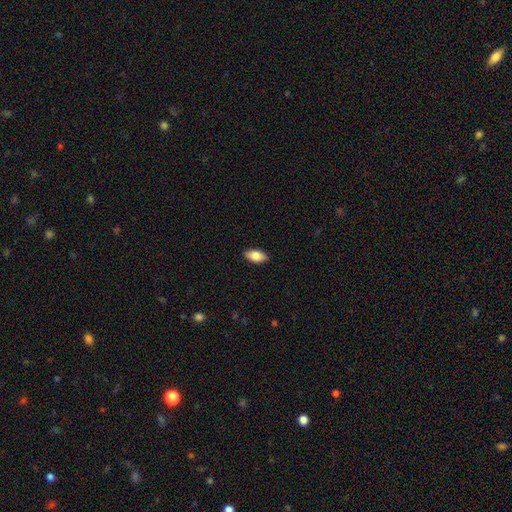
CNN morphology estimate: A smooth galaxy with no disk features (81%) that is in between round and cigar-shaped (91%). Merging: none (89%).